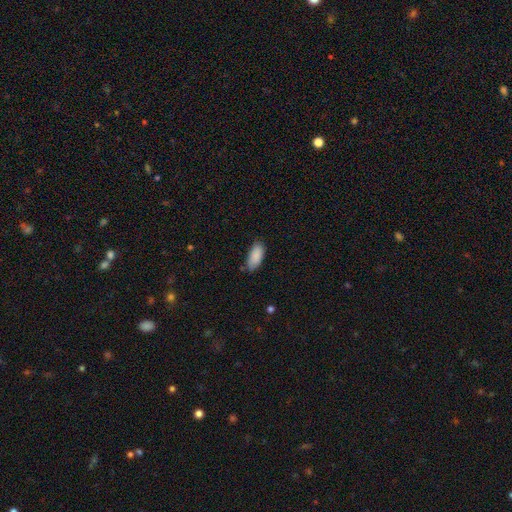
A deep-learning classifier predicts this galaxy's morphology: This appears to be a smooth galaxy with no disk features (89%) that is in between round and cigar-shaped (88%). Merging: none (72%).